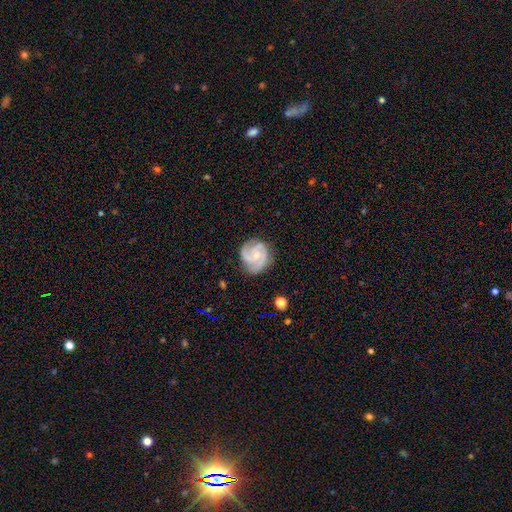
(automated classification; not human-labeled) featured or disk 85%, smooth 10%, star or artifact 5%. Down the decision tree: edge-on disk — no (98%); bar — no (68%); spiral arms — yes (97%); spiral arm count — 3 (49%); spiral winding — tight (51%); bulge size — small (61%); merging — none (75%).